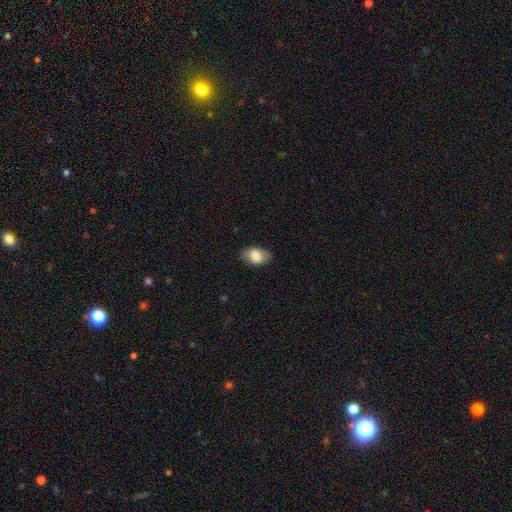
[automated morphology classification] This is likely a smooth galaxy (80%). How rounded: clearly in between (88%). Merging: likely none (80%).